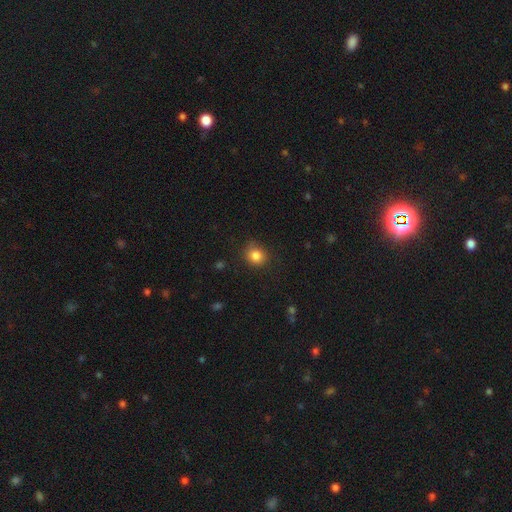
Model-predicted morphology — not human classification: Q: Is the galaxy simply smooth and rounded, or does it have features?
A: smooth — 84%.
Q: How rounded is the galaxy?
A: round — 79%.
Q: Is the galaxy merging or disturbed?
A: none — 80%.